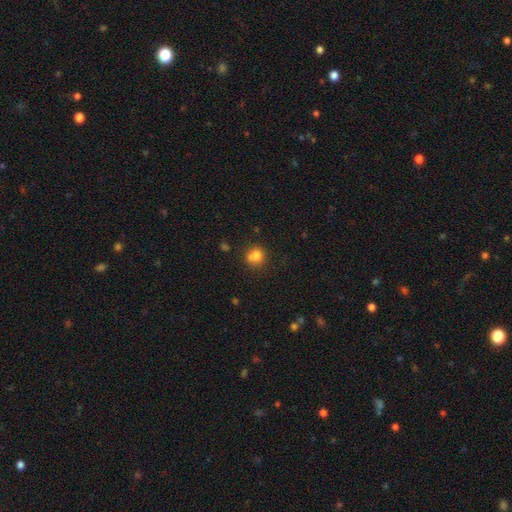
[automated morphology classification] Smooth or featured? Predicted: smooth (p=0.79). How rounded? Predicted: round (p=0.84). Merging? Predicted: none (p=0.59).